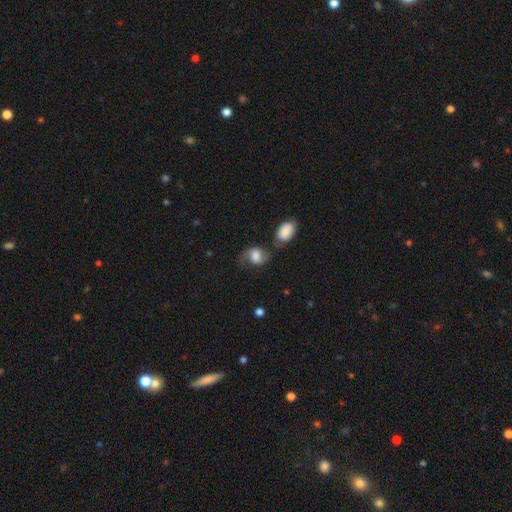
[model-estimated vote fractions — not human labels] This is possibly a smooth galaxy (50%). Merging: possibly none (52%).